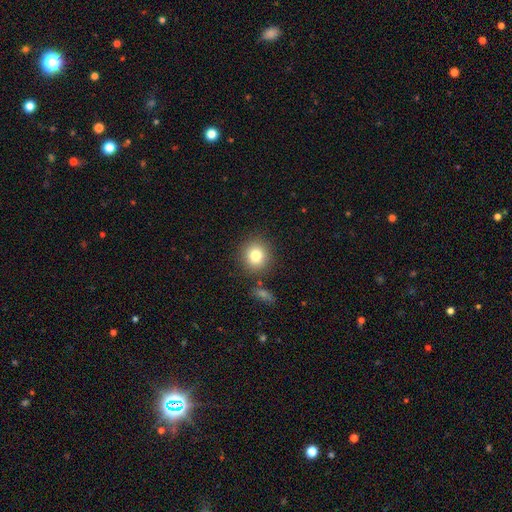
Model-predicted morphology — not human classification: Overall: smooth (81%). How rounded: round (88%). Merging: none (85%).